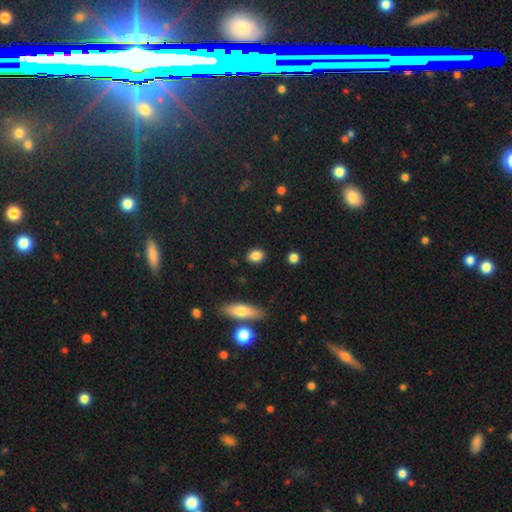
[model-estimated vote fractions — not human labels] A smooth galaxy with no disk features (85%) that is in between round and cigar-shaped (64%).

Vote fractions:
- Smooth or featured? smooth: 85% / star or artifact: 9% / featured or disk: 6%
- How rounded? in between: 64% / round: 34% / cigar-shaped: 3%
- Merging? none: 87% / minor disturbance: 9% / major disturbance: 2% / merger: 2%